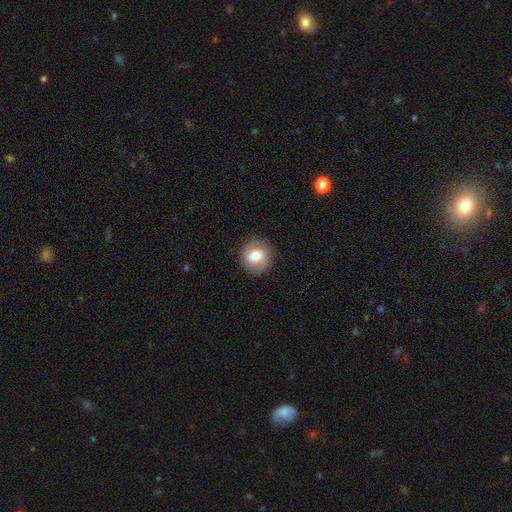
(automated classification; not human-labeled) Morphology: type=smooth (68%); roundness=round (87%); merging=none (87%).